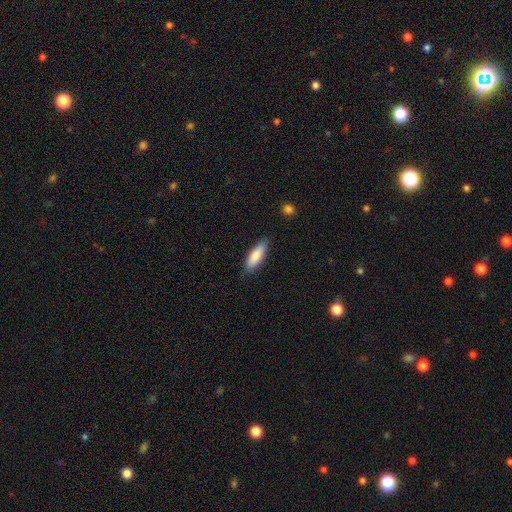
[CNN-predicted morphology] Q: Smooth or featured?
A: smooth (81%); runner-up: featured or disk (13%)
Q: How rounded?
A: in between (51%); runner-up: cigar-shaped (47%)
Q: Merging?
A: none (85%); runner-up: minor disturbance (11%)